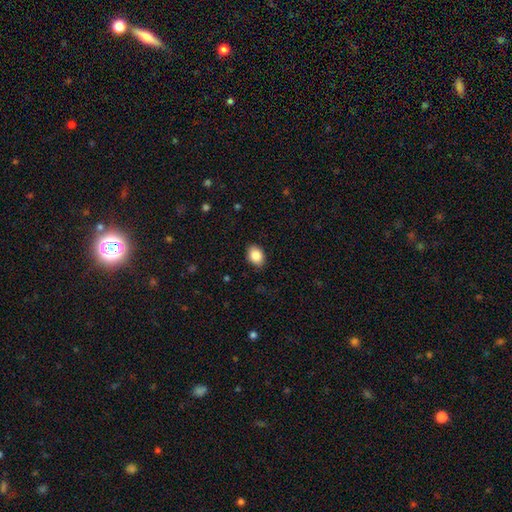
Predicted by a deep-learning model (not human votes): Smooth or featured: smooth — 87% (star or artifact — 8%)
How rounded: in between — 76% (round — 23%)
Merging: none — 87% (minor disturbance — 10%)